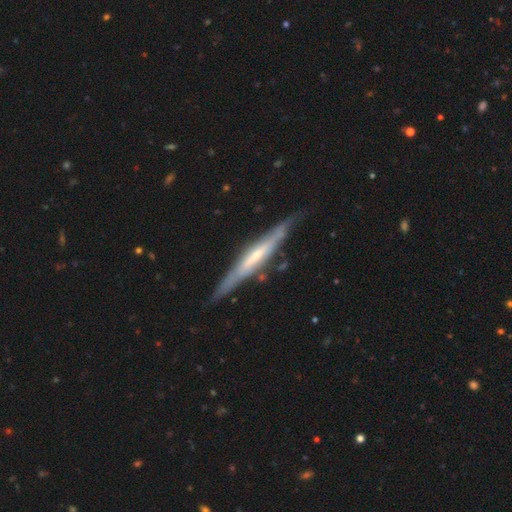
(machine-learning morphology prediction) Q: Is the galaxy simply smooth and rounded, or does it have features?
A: featured or disk — 72%.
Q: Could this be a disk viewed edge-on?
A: yes — 90%.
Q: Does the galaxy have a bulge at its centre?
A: none — 42%.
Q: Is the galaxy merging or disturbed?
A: none — 78%.